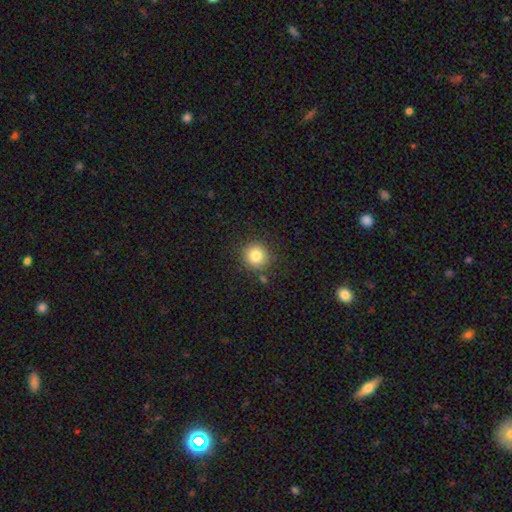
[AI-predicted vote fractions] Smooth or featured?
  - smooth: 83% *
  - star or artifact: 11%
  - featured or disk: 7%
How rounded?
  - round: 93% *
  - in between: 6%
  - cigar-shaped: 1%
Merging?
  - none: 85% *
  - minor disturbance: 8%
  - merger: 3%
  - major disturbance: 3%